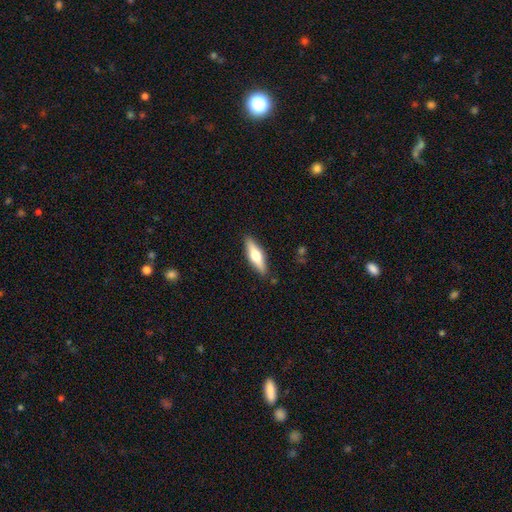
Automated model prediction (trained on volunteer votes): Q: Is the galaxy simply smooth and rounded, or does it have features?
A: featured or disk — 48%.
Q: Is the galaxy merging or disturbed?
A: none — 88%.